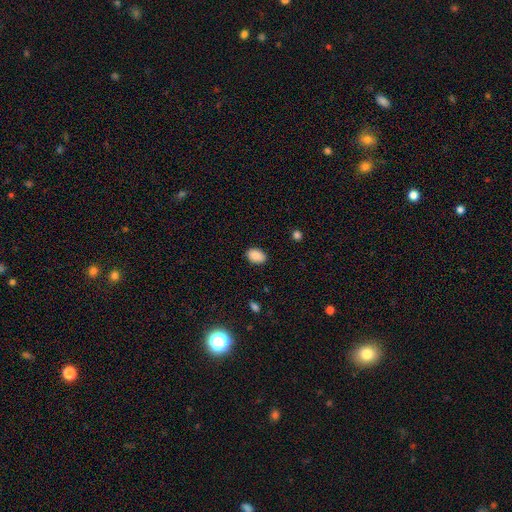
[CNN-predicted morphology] The model was most divided on "how rounded": in between: 83%, round: 16%, cigar-shaped: 1%. More confident: smooth or featured — smooth (89%); merging — none (87%).